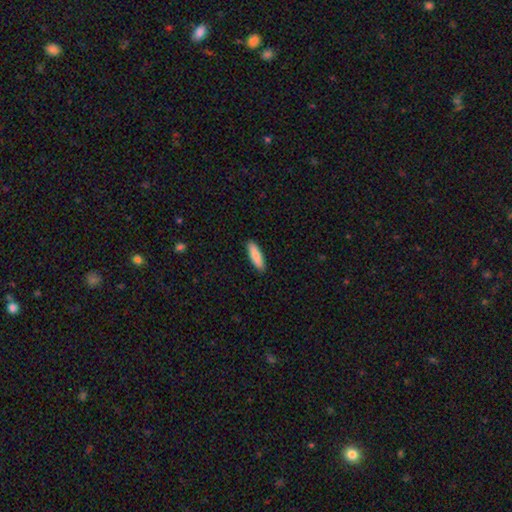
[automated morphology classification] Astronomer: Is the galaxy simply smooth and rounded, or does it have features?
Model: smooth — 88%.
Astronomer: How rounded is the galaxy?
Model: cigar-shaped — 61% (runner-up: in between, 38%).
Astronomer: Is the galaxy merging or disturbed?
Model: none — 91%.